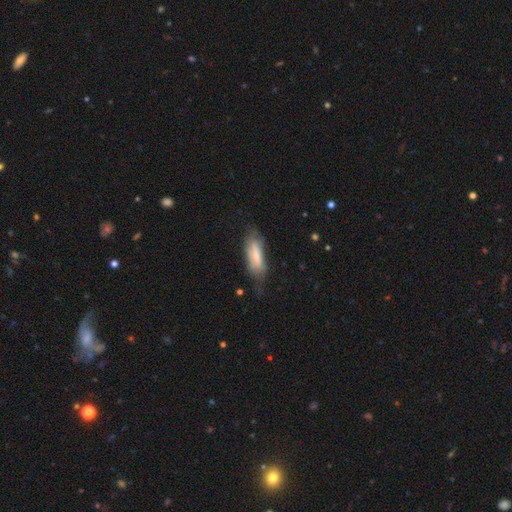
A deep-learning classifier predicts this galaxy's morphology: Overall: smooth (62%; featured or disk 32%). How rounded: in between (57%; cigar-shaped 41%). Merging: none (53%; minor disturbance 31%).